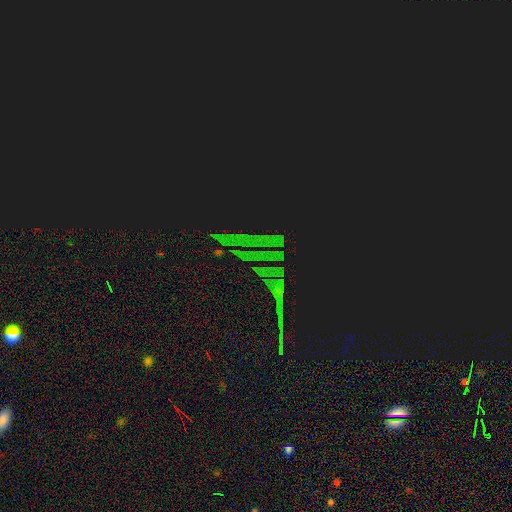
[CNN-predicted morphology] Smooth or featured? Predicted: star or artifact (p=0.83).